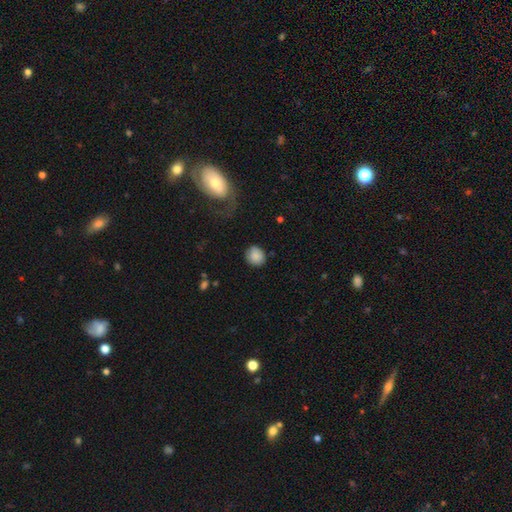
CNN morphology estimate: smooth 86%, star or artifact 8%, featured or disk 6%. Down the decision tree: how rounded — round (78%); merging — none (80%).